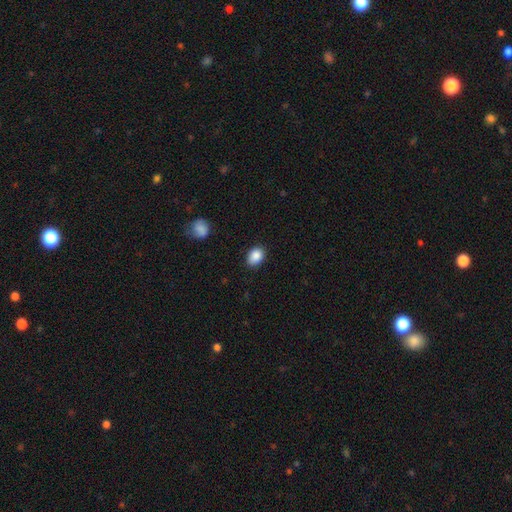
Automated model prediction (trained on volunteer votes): This is clearly a smooth galaxy (88%). How rounded: likely in between (71%). Merging: clearly none (86%).